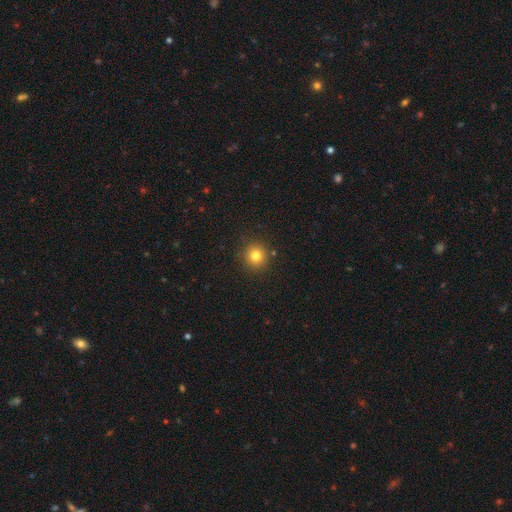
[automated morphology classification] A smooth galaxy with no disk features (80%) that is round (93%). Merging: none (89%).